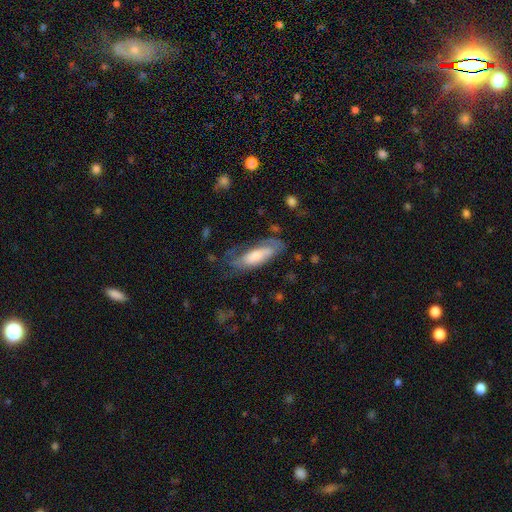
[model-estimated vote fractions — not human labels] smooth_or_featured: smooth (p=0.53) [alt: featured or disk p=0.40]
how_rounded: in between (p=0.59) [alt: cigar-shaped p=0.39]
merging: none (p=0.53) [alt: minor disturbance p=0.27]